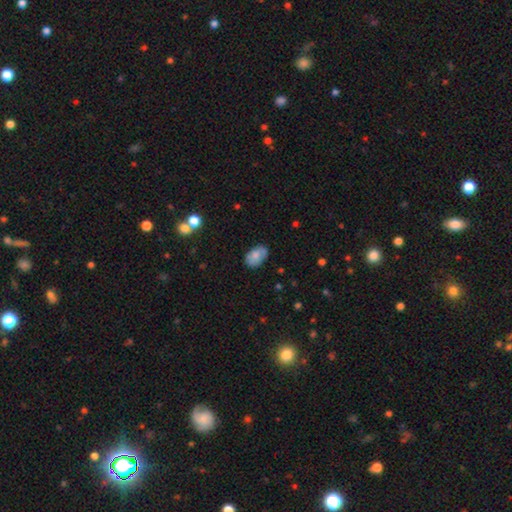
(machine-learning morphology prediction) Smooth or featured: smooth — 72% (featured or disk — 20%)
How rounded: in between — 89% (round — 10%)
Merging: none — 70% (minor disturbance — 22%)